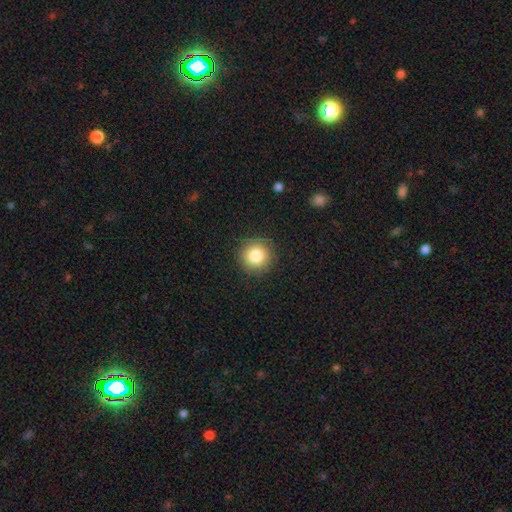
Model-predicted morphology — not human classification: Smooth or featured?
  - smooth: 84% *
  - star or artifact: 10%
  - featured or disk: 6%
How rounded?
  - round: 94% *
  - in between: 5%
  - cigar-shaped: 1%
Merging?
  - none: 90% *
  - minor disturbance: 6%
  - major disturbance: 2%
  - merger: 1%